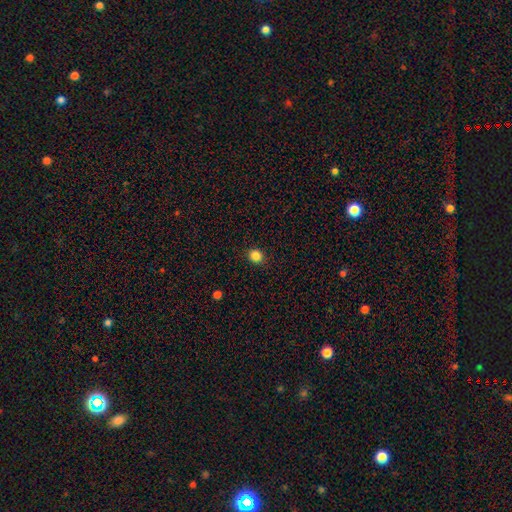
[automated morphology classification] Q: Smooth or featured?
A: smooth (85%); runner-up: star or artifact (11%)
Q: How rounded?
A: round (80%); runner-up: in between (19%)
Q: Merging?
A: none (91%); runner-up: minor disturbance (6%)